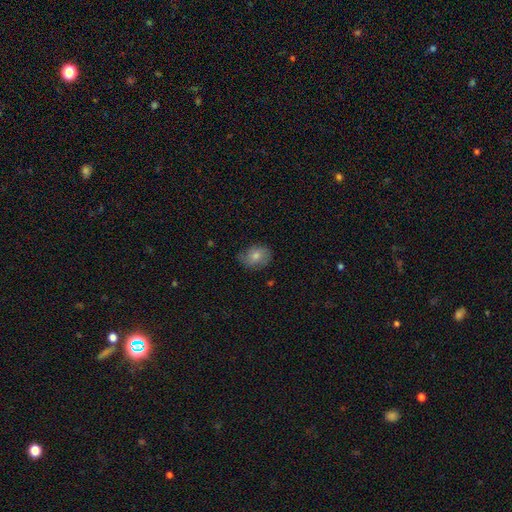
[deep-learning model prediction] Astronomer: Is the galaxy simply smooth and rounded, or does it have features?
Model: smooth — 52% (runner-up: featured or disk, 35%).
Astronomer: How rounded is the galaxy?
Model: in between — 55% (runner-up: round, 43%).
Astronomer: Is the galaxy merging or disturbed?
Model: none — 74%.